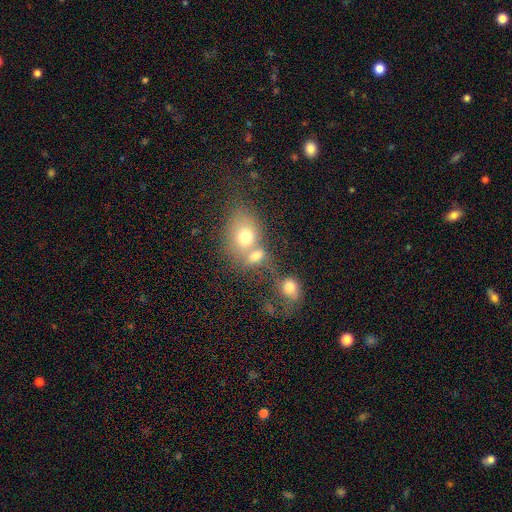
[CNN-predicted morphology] smooth_or_featured: smooth (p=0.70) [alt: featured or disk p=0.17]
how_rounded: in between (p=0.51) [alt: round p=0.48]
merging: merger (p=0.56) [alt: none p=0.28]